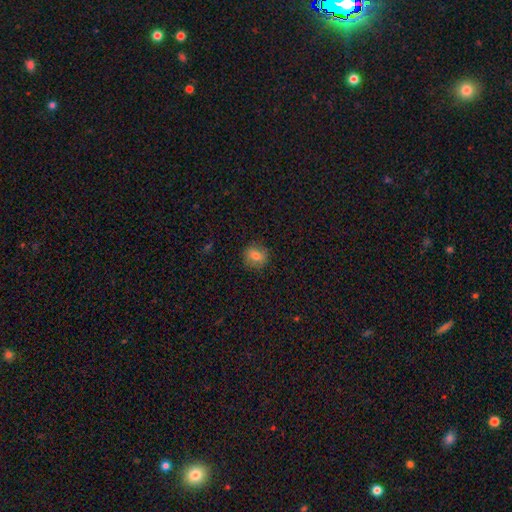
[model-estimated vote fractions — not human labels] Overall: smooth (76%). How rounded: round (75%). Merging: none (85%).